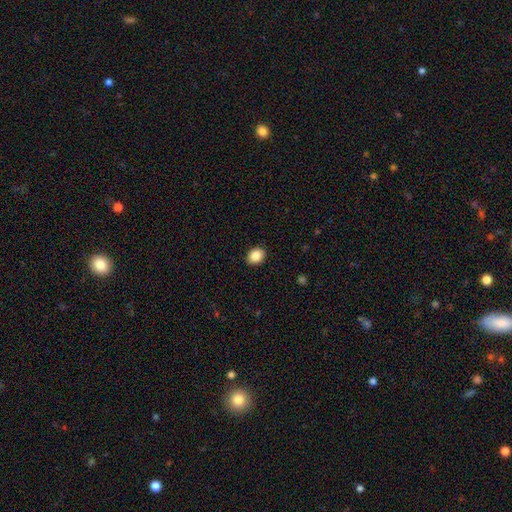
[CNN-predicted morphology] smooth 88%, star or artifact 8%, featured or disk 4%. Down the decision tree: how rounded — in between (53%); merging — none (90%).